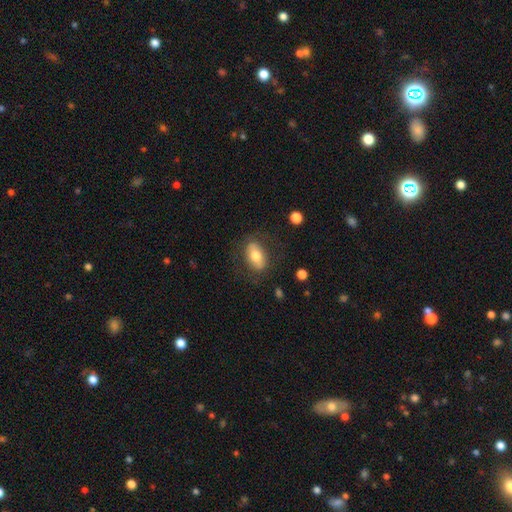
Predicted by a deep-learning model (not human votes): Smooth or featured? smooth (64%)
How rounded? in between (87%)
Merging? none (76%)